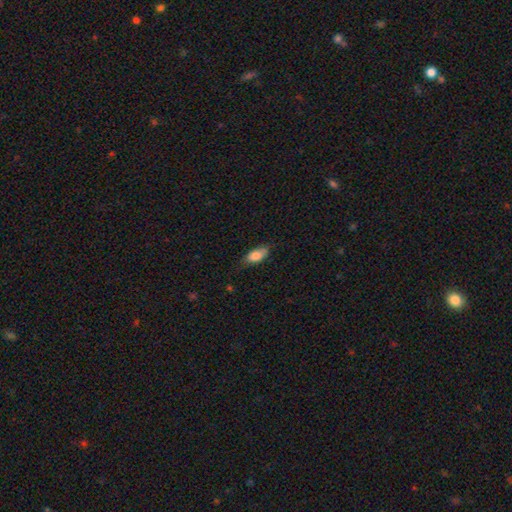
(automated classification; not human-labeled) Smooth or featured? smooth (80%)
How rounded? in between (84%)
Merging? none (68%)